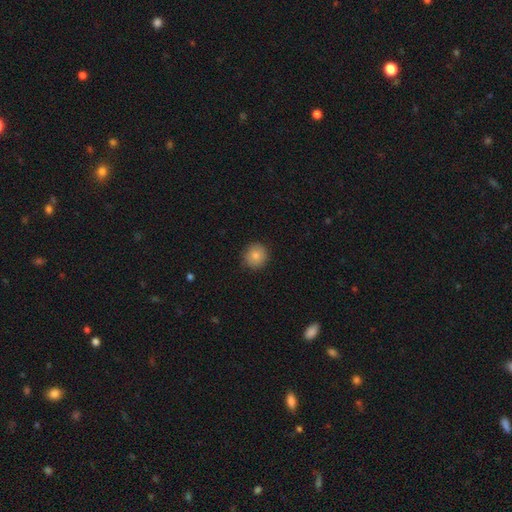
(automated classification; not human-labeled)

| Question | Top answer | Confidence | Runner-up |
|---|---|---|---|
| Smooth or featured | smooth | 83% | star or artifact (9%) |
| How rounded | round | 92% | in between (7%) |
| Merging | none | 88% | minor disturbance (9%) |